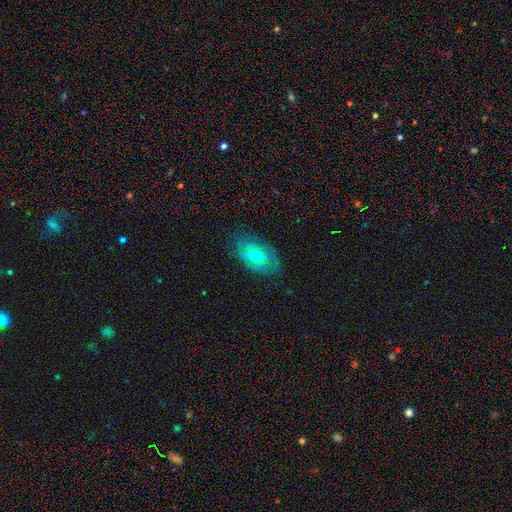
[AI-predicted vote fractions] A smooth galaxy with no disk features (46%, tied with featured or disk). Merging: none (71%).